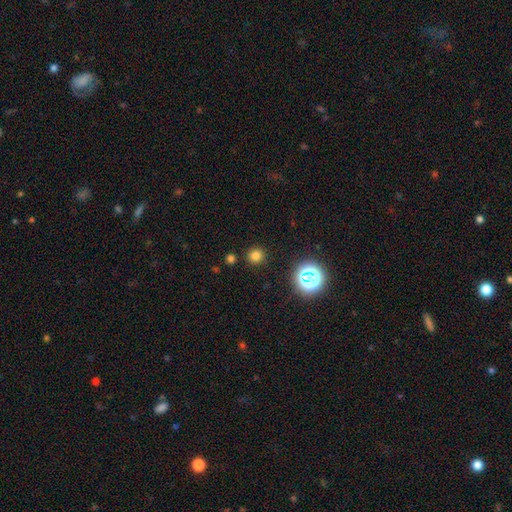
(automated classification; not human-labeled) Morphology: type=smooth (75%); roundness=round (92%); merging=none (89%).